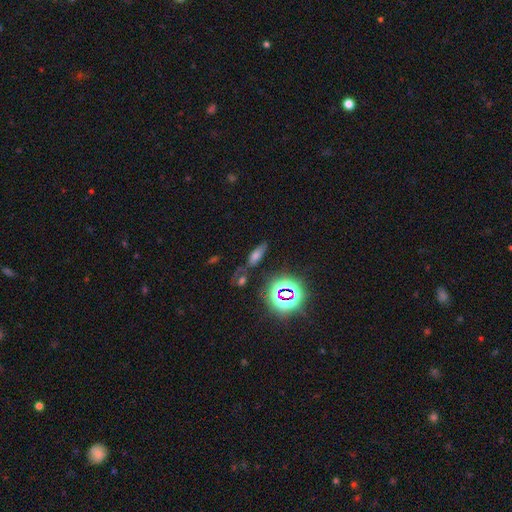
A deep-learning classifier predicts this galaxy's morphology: Smooth or featured: smooth — 50% (star or artifact — 33%)
Merging: none — 67% (minor disturbance — 16%)